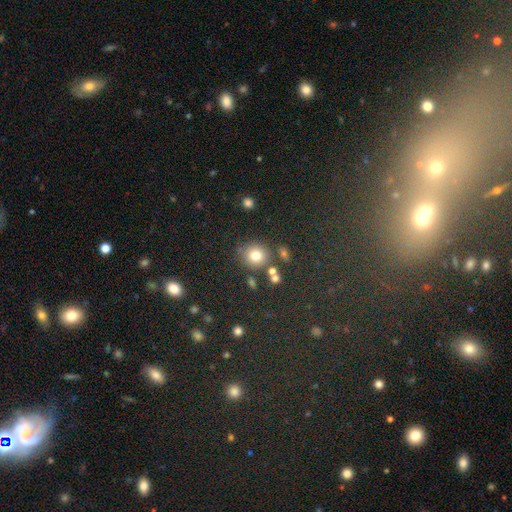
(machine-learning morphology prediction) This is likely a smooth galaxy (77%). How rounded: clearly round (88%). Merging: likely none (76%).